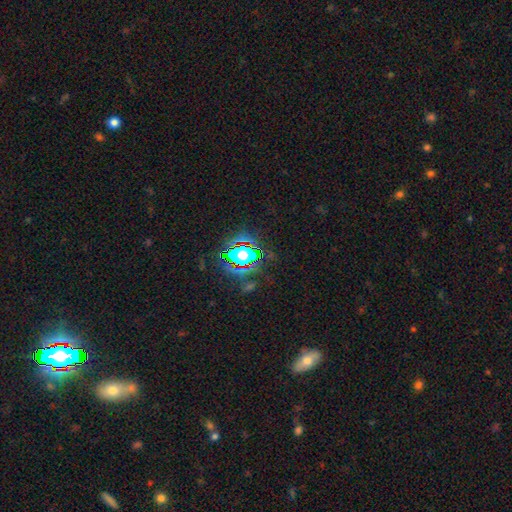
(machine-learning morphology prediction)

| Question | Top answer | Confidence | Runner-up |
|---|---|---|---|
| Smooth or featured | star or artifact | 64% | smooth (23%) |